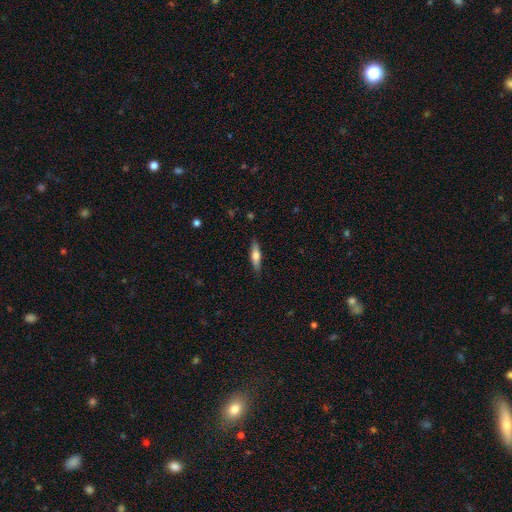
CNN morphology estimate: This is possibly a smooth galaxy (55%). How rounded: likely cigar-shaped (68%). Merging: clearly none (87%).